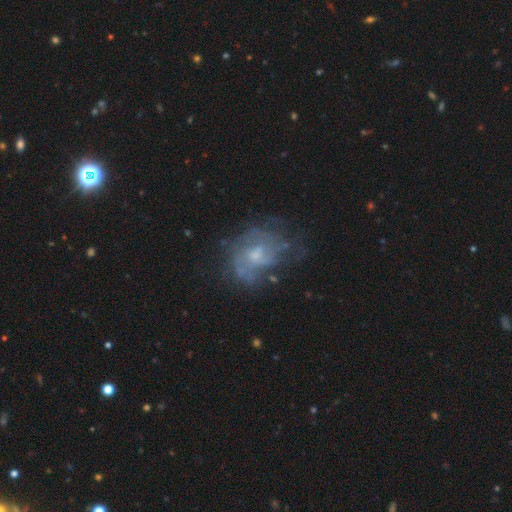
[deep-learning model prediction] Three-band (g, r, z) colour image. It shows a featured or disk galaxy (66%) with no bar (71%), spiral arms (58%) and a moderate central bulge (45%). Merging: none (52%).